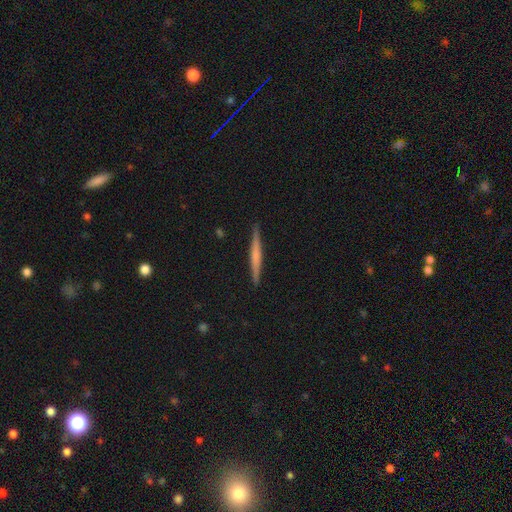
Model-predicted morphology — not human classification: smooth_or_featured: featured or disk (p=0.53) [alt: smooth p=0.41]
disk_edge_on: yes (p=0.98) [alt: no p=0.02]
edge_on_bulge: none (p=0.53) [alt: rounded p=0.30]
merging: none (p=0.91) [alt: minor disturbance p=0.07]